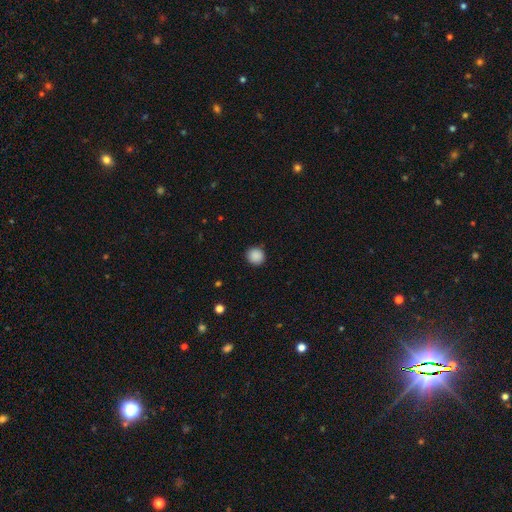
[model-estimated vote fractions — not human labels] Smooth or featured? Predicted: smooth (p=0.88). How rounded? Predicted: round (p=0.92). Merging? Predicted: none (p=0.90).